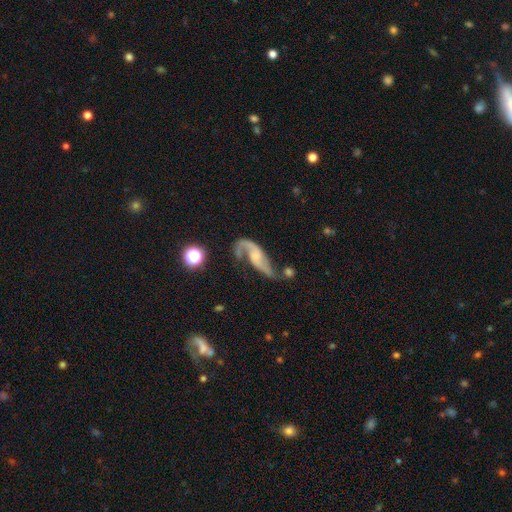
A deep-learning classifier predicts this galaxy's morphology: Q: Smooth or featured?
A: featured or disk (81%); runner-up: smooth (12%)
Q: Edge-on disk?
A: no (94%); runner-up: yes (6%)
Q: Bar?
A: no (56%); runner-up: weak (33%)
Q: Spiral arms?
A: yes (92%); runner-up: no (8%)
Q: Spiral winding?
A: loose (69%); runner-up: medium (25%)
Q: Spiral arm count?
A: 2 (78%); runner-up: 1 (16%)
Q: Bulge size?
A: small (45%); runner-up: moderate (26%)
Q: Merging?
A: none (38%); runner-up: major disturbance (27%)